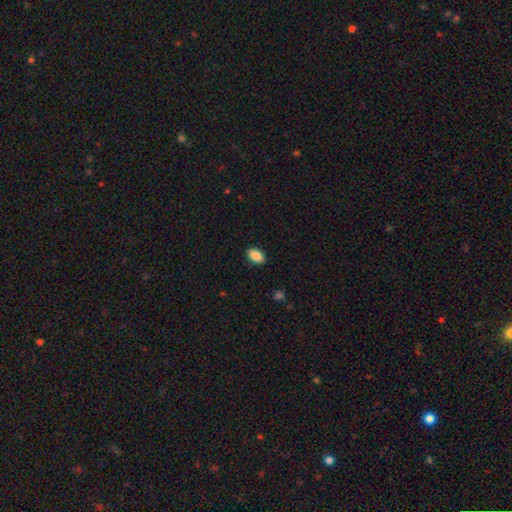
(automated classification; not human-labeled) Overall: smooth (88%). How rounded: in between (90%). Merging: none (89%).